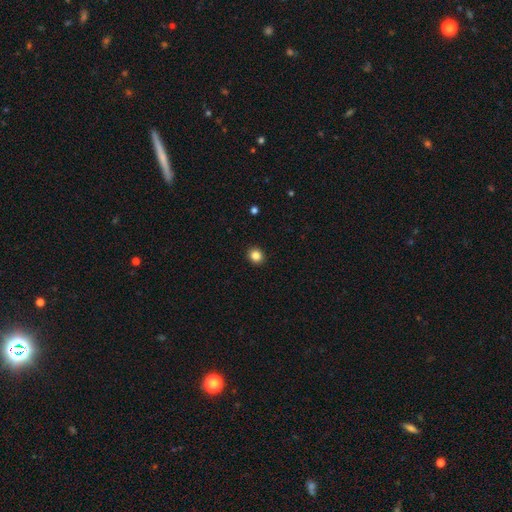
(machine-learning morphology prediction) Q: Smooth or featured?
A: smooth (85%); runner-up: star or artifact (11%)
Q: How rounded?
A: round (82%); runner-up: in between (18%)
Q: Merging?
A: none (93%); runner-up: minor disturbance (5%)